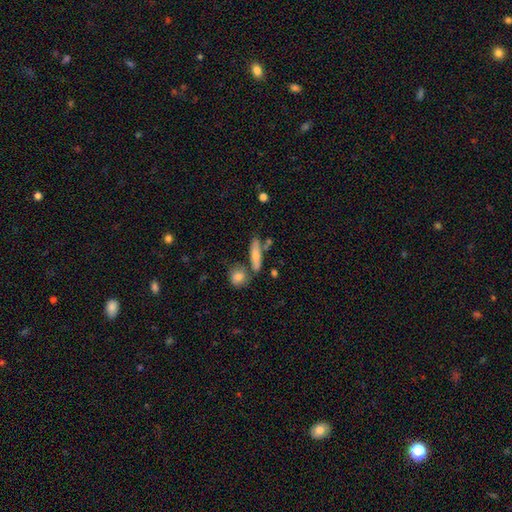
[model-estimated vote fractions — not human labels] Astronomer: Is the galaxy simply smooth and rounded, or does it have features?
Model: smooth — 66%.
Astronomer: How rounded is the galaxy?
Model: cigar-shaped — 67%.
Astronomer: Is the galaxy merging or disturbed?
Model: none — 62%.